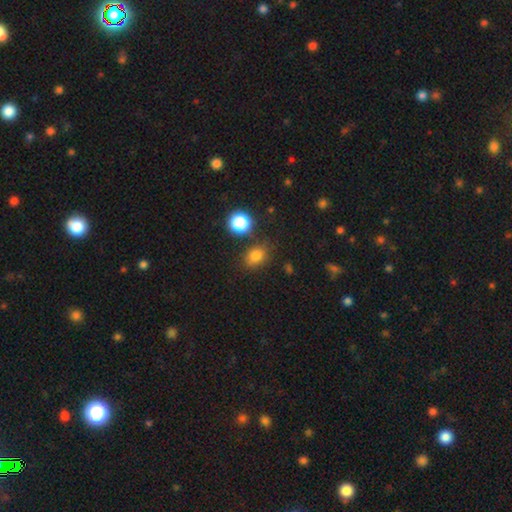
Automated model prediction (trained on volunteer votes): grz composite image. It shows a smooth galaxy with no disk features (79%) that is in between round and cigar-shaped (63%). Merging: none (76%).